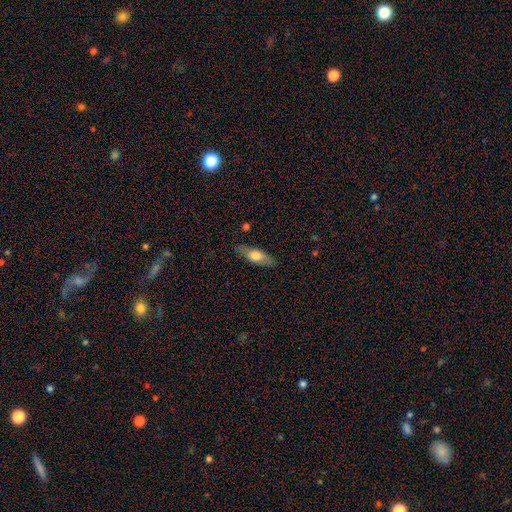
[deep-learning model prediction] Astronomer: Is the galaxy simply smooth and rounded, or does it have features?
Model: smooth — 64%.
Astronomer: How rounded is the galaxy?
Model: in between — 65%.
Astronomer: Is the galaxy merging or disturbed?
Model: none — 85%.